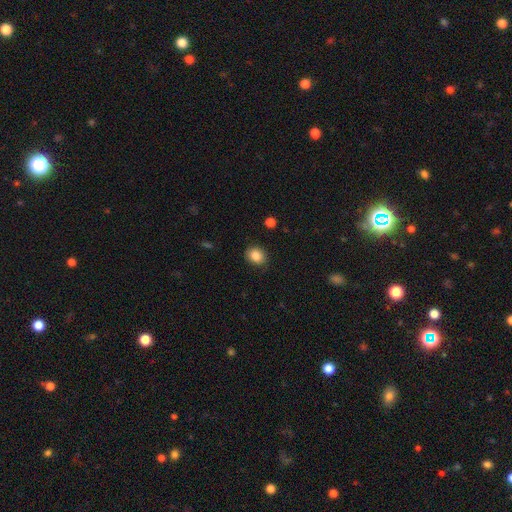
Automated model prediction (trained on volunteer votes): This appears to be a smooth galaxy with no disk features (85%) that is round (61%). Merging: none (85%).